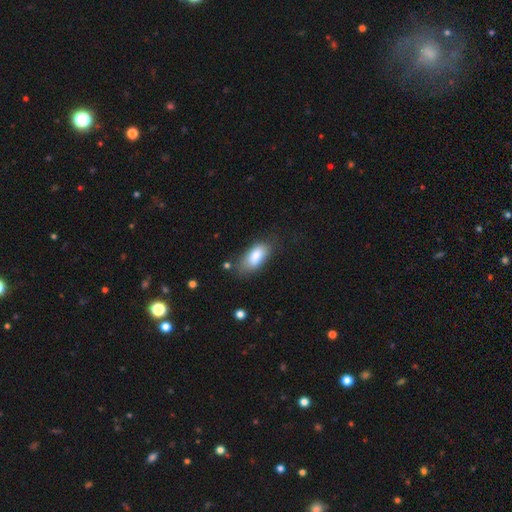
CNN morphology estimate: This appears to be a smooth galaxy with no disk features (80%) that is in between round and cigar-shaped (88%). Merging: none (62%).